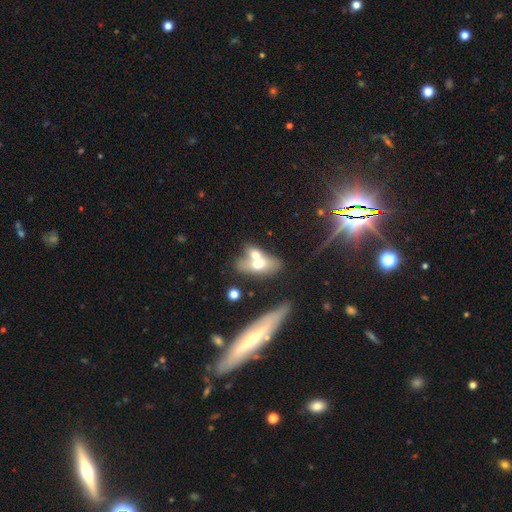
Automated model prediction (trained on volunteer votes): smooth 58%, featured or disk 34%, star or artifact 8%. Down the decision tree: how rounded — in between (74%); merging — merger (62%).